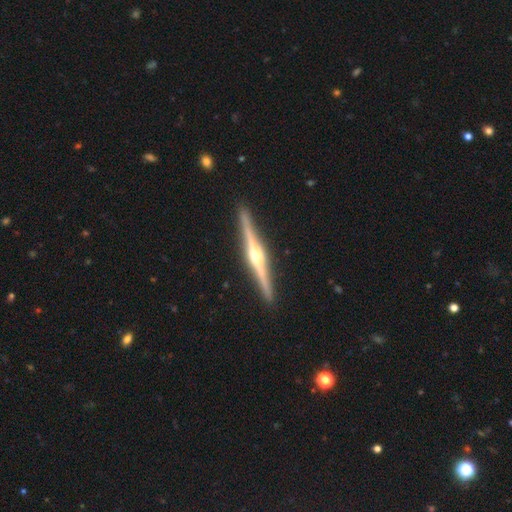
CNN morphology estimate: Smooth or featured?
  - featured or disk: 87% *
  - smooth: 8%
  - star or artifact: 4%
Edge-on disk?
  - yes: 99% *
  - no: 1%
Edge-on bulge?
  - rounded: 91% *
  - boxy: 5%
  - none: 3%
Merging?
  - none: 93% *
  - minor disturbance: 5%
  - major disturbance: 1%
  - merger: 1%